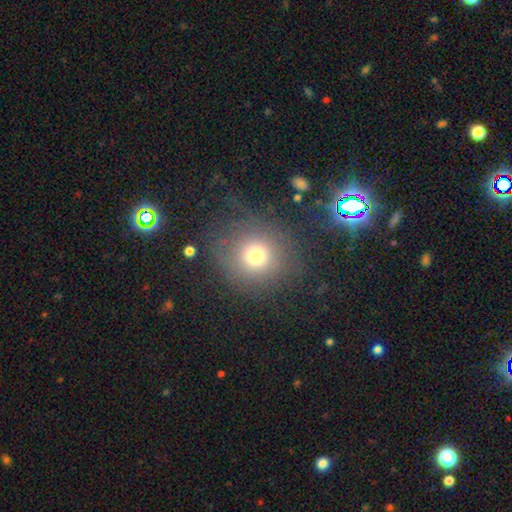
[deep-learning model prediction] smooth-or-featured: smooth: 68% | featured or disk: 16% | star or artifact: 16%
  how-rounded: round: 90% | in between: 9% | cigar-shaped: 1%
  merging: none: 68% | major disturbance: 15% | minor disturbance: 14% | merger: 3%